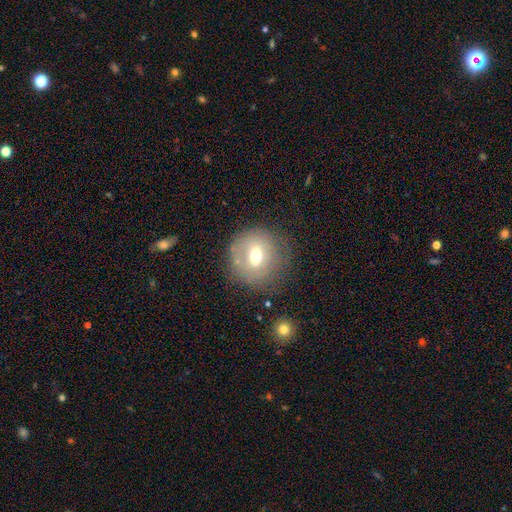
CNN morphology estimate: A smooth galaxy with no disk features (52%) that is round (85%).

Vote fractions:
- Smooth or featured? smooth: 52% / featured or disk: 37% / star or artifact: 10%
- How rounded? round: 85% / in between: 14% / cigar-shaped: 1%
- Merging? none: 69% / minor disturbance: 18% / major disturbance: 9% / merger: 4%